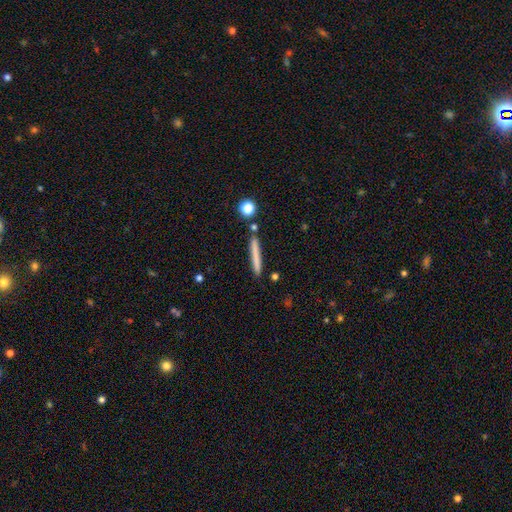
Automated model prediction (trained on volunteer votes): Smooth or featured?
  - smooth: 71% *
  - featured or disk: 22%
  - star or artifact: 7%
How rounded?
  - cigar-shaped: 96% *
  - in between: 3%
  - round: 2%
Merging?
  - none: 85% *
  - minor disturbance: 9%
  - merger: 4%
  - major disturbance: 2%